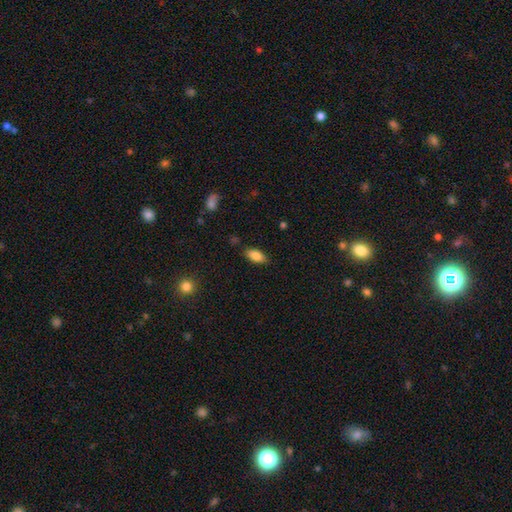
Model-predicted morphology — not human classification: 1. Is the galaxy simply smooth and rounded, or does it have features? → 84% smooth, 8% featured or disk, 8% star or artifact.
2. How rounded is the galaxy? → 87% in between, 10% cigar-shaped, 3% round.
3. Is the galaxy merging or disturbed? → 83% none, 12% minor disturbance, 3% major disturbance, 2% merger.